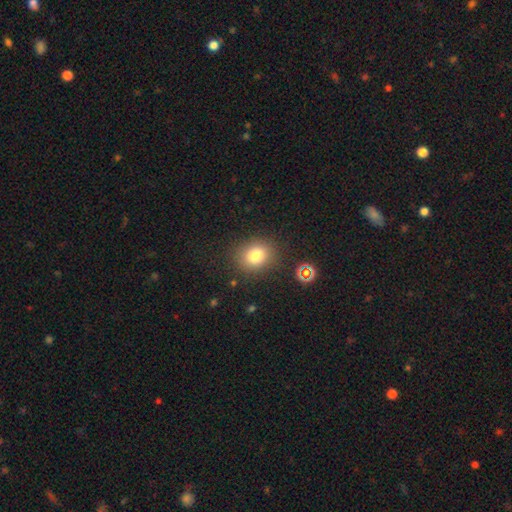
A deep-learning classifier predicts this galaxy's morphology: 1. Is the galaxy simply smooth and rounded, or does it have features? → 79% smooth, 13% star or artifact, 8% featured or disk.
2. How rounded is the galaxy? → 71% round, 28% in between, 1% cigar-shaped.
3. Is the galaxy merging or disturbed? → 85% none, 9% minor disturbance, 3% major disturbance, 2% merger.